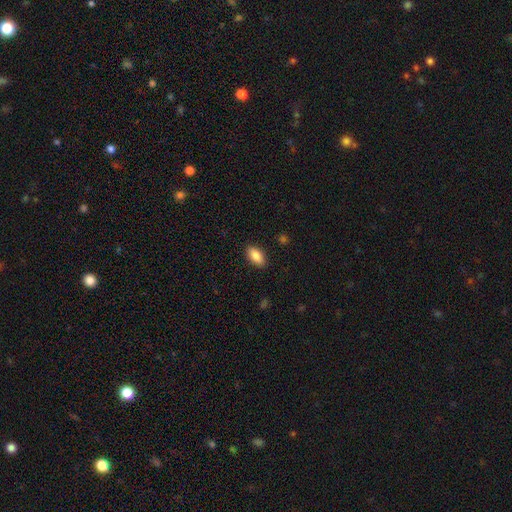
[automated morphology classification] Smooth or featured? Predicted: smooth (p=0.88). How rounded? Predicted: in between (p=0.91). Merging? Predicted: none (p=0.88).